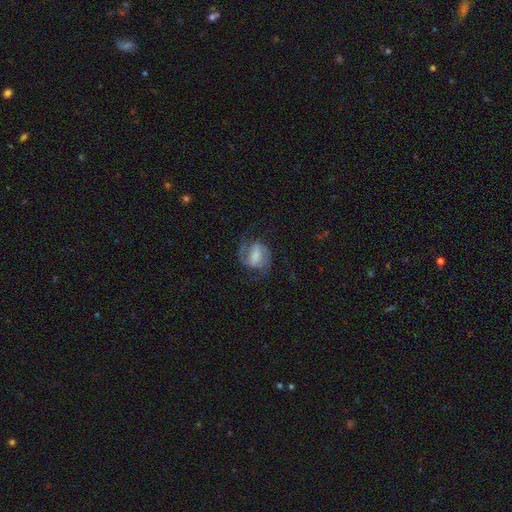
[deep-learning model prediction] A featured or disk galaxy (76%) with a weak bar (44%), 2 (89%) medium (55%) spiral arms (94%) and a small central bulge (26%, tied with moderate and none).

Vote fractions:
- Smooth or featured? featured or disk: 76% / smooth: 17% / star or artifact: 7%
- Edge-on disk? no: 98% / yes: 2%
- Bar? weak: 44% / strong: 39% / no: 16%
- Spiral arms? yes: 94% / no: 6%
- Spiral winding? medium: 55% / loose: 23% / tight: 22%
- Spiral arm count? 2: 89% / can't tell: 4% / 1: 3% / 3: 2% / 4: 1% / more than 4: 1%
- Bulge size? small: 26% (tied) / moderate: 26% (tied) / none: 26% (tied) / large: 18% / dominant: 3%
- Merging? none: 67% / minor disturbance: 16% / major disturbance: 15% / merger: 1%